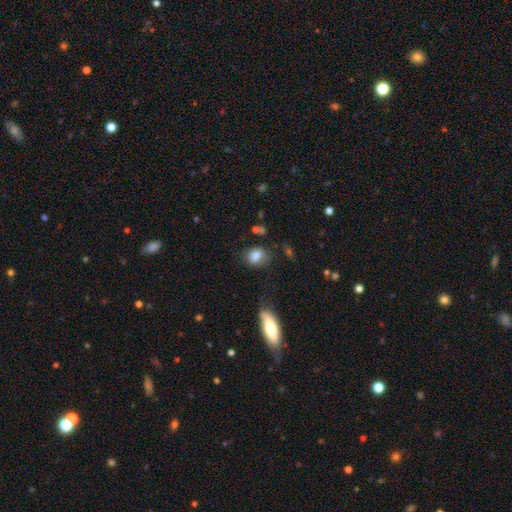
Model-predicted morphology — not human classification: smooth-or-featured: smooth: 82% | star or artifact: 10% | featured or disk: 8%
  how-rounded: in between: 58% | round: 41% | cigar-shaped: 1%
  merging: none: 61% | minor disturbance: 24% | major disturbance: 10% | merger: 5%